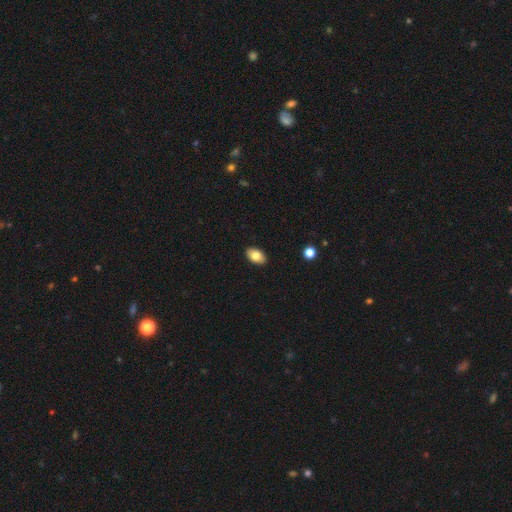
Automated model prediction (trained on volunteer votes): This is clearly a smooth galaxy (81%). How rounded: clearly in between (91%). Merging: clearly none (89%).